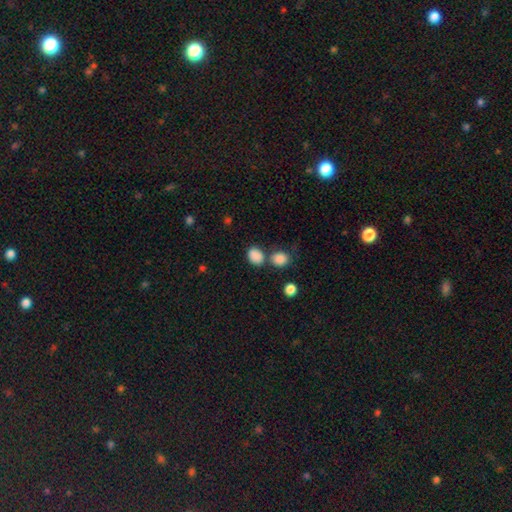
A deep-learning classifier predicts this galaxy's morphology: The model was most divided on "how rounded": in between: 58%, round: 40%, cigar-shaped: 1%. More confident: smooth or featured — smooth (86%); merging — none (60%).